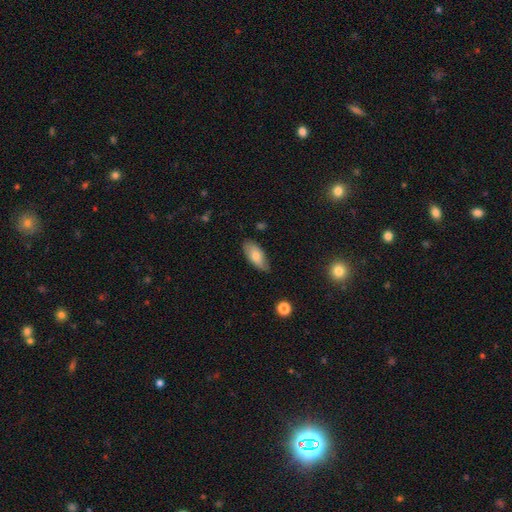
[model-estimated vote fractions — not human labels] smooth 73%, featured or disk 20%, star or artifact 7%. Down the decision tree: how rounded — in between (88%); merging — none (71%).